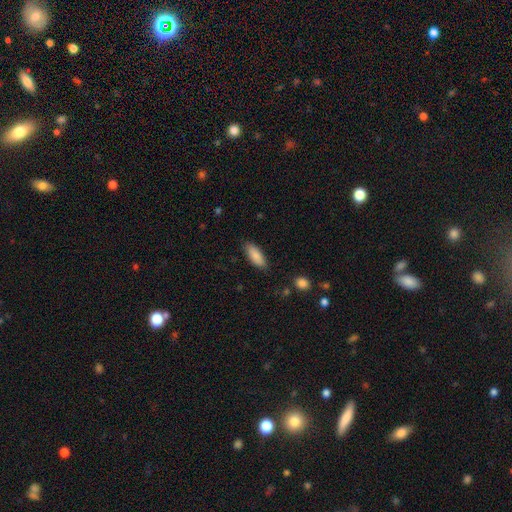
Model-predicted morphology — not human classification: Smooth or featured? Predicted: smooth (p=0.88). How rounded? Predicted: in between (p=0.70). Merging? Predicted: none (p=0.85).